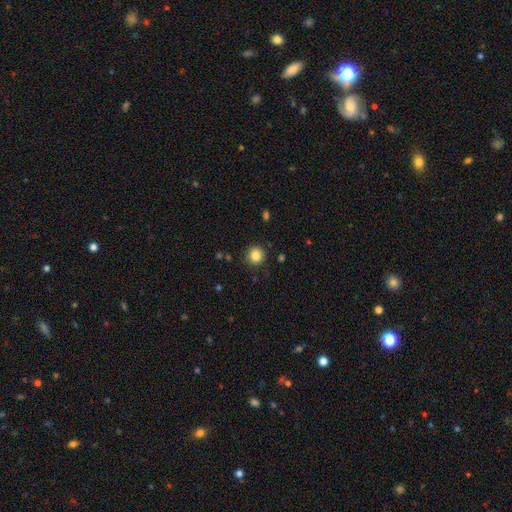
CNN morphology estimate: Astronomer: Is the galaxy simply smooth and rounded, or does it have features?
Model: smooth — 84%.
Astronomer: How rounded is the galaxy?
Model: round — 92%.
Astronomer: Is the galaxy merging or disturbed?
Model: none — 89%.